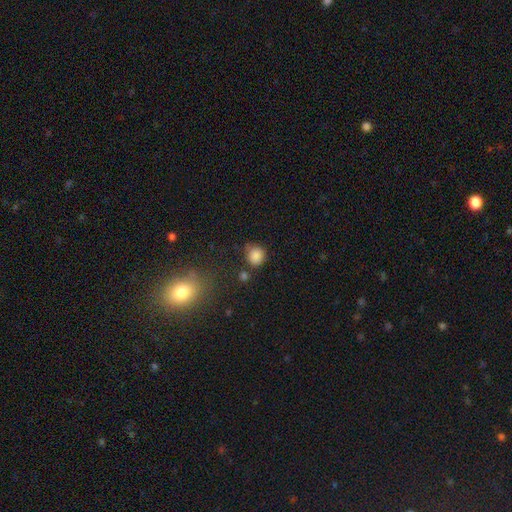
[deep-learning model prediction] Q: Smooth or featured?
A: smooth (84%); runner-up: star or artifact (11%)
Q: How rounded?
A: round (85%); runner-up: in between (14%)
Q: Merging?
A: none (68%); runner-up: minor disturbance (19%)